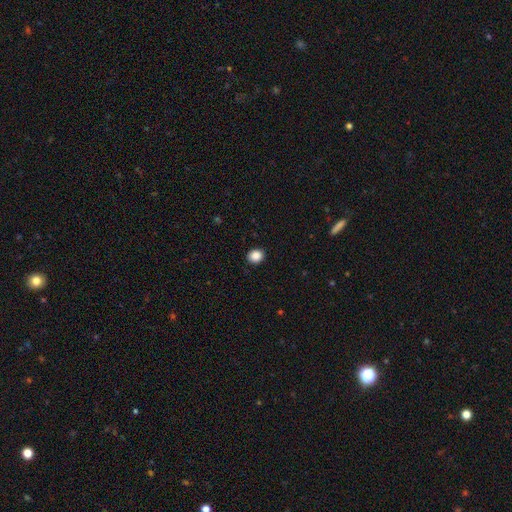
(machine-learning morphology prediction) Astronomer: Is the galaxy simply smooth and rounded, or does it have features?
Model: smooth — 87%.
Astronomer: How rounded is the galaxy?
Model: round — 72%.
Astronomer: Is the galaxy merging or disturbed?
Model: none — 91%.